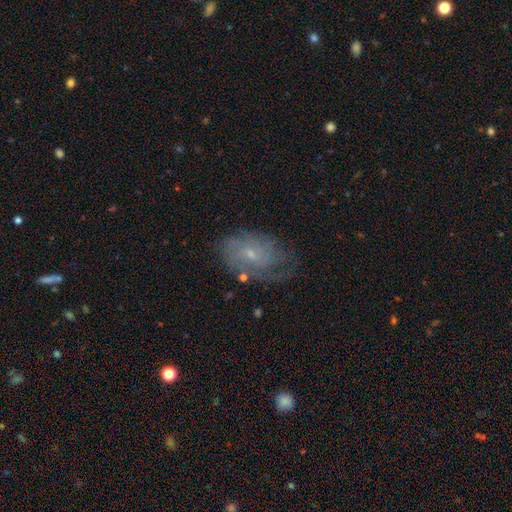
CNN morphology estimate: Smooth or featured? featured or disk (59%)
Edge-on disk? no (95%)
Bar? no (74%)
Spiral arms? yes (81%)
Bulge size? small (73%)
Merging? none (62%)